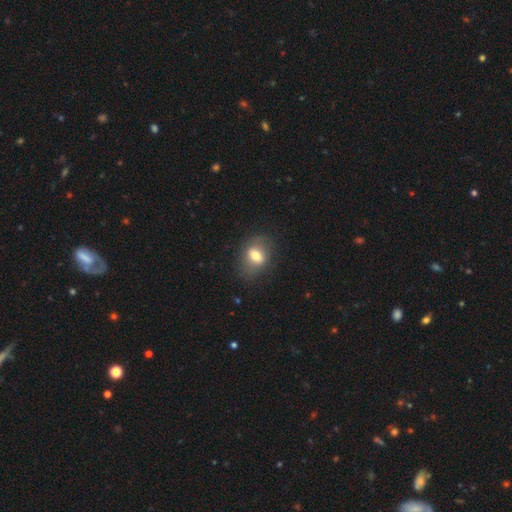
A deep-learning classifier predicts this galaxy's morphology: type=smooth (69%); roundness=in between (69%); merging=none (73%).